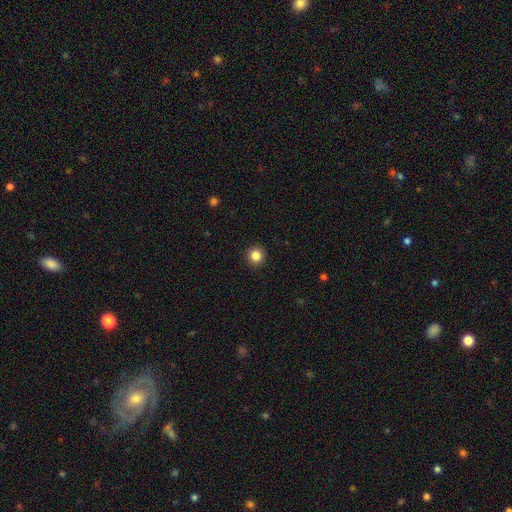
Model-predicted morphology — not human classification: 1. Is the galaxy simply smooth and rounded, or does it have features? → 85% smooth, 11% star or artifact, 4% featured or disk.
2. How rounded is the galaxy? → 94% round, 5% in between, 1% cigar-shaped.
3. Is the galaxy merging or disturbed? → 93% none, 4% minor disturbance, 2% major disturbance, 1% merger.